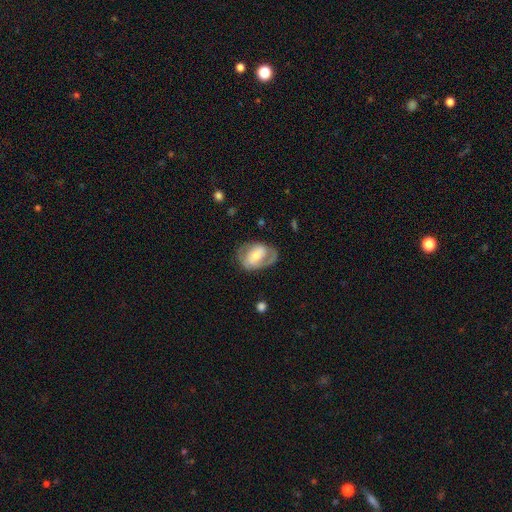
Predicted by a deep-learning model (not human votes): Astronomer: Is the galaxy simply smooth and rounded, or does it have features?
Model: featured or disk — 62%.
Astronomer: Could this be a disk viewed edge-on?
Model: no — 95%.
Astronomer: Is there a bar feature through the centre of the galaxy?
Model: weak — 36% (runner-up: strong, 33%).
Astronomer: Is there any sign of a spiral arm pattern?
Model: yes — 64%.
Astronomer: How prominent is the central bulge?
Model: moderate — 48% (runner-up: small, 40%).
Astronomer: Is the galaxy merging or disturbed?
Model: none — 63%.